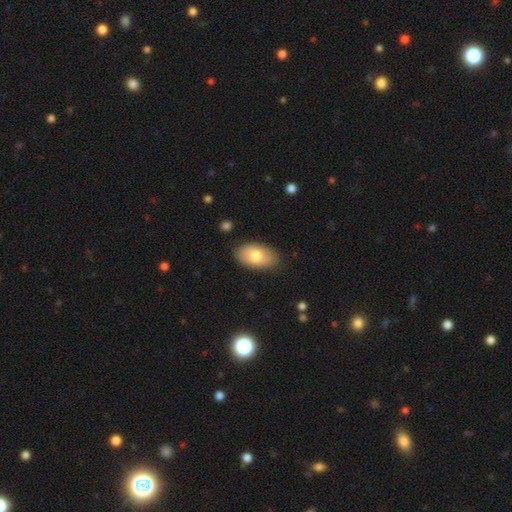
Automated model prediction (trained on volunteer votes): smooth_or_featured: smooth (p=0.76) [alt: featured or disk p=0.17]
how_rounded: in between (p=0.93) [alt: round p=0.05]
merging: none (p=0.84) [alt: minor disturbance p=0.13]